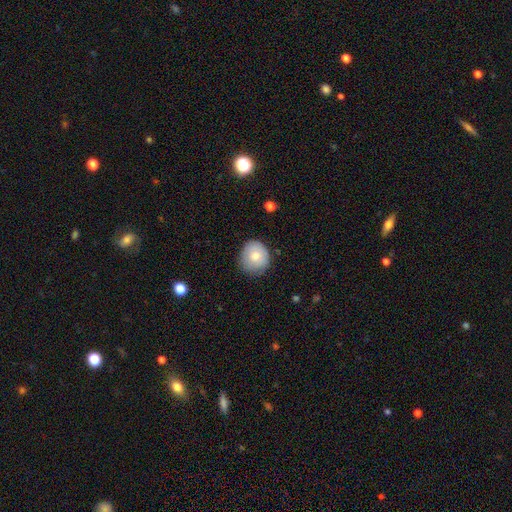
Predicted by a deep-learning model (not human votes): smooth_or_featured: smooth (p=0.75) [alt: featured or disk p=0.17]
how_rounded: round (p=0.84) [alt: in between p=0.15]
merging: none (p=0.79) [alt: minor disturbance p=0.16]